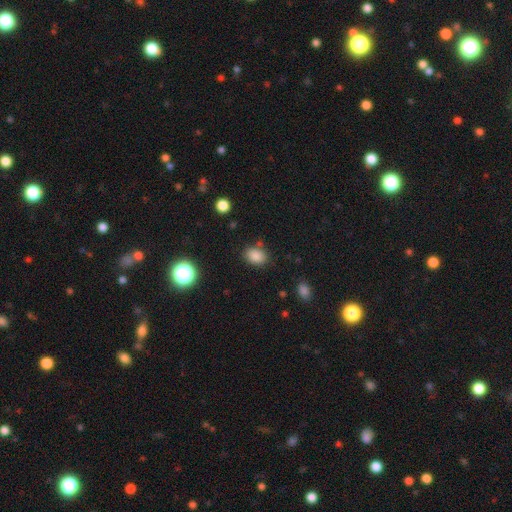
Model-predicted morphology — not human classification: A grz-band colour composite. It shows a smooth galaxy with no disk features (84%) that is in between round and cigar-shaped (73%). Merging: none (80%).